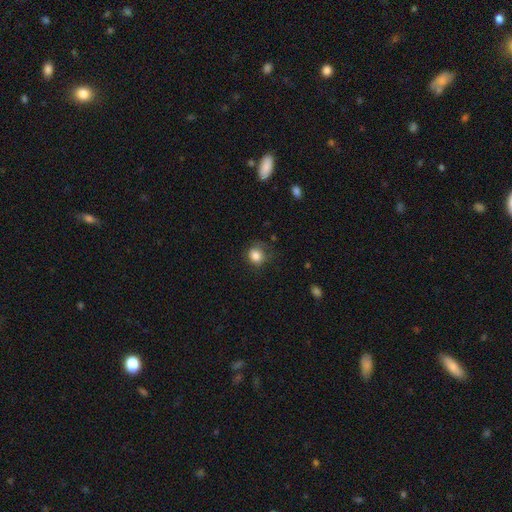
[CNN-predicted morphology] Smooth or featured?
  - smooth: 83% *
  - star or artifact: 11%
  - featured or disk: 6%
How rounded?
  - round: 79% *
  - in between: 20%
  - cigar-shaped: 1%
Merging?
  - none: 69% *
  - minor disturbance: 22%
  - major disturbance: 8%
  - merger: 1%